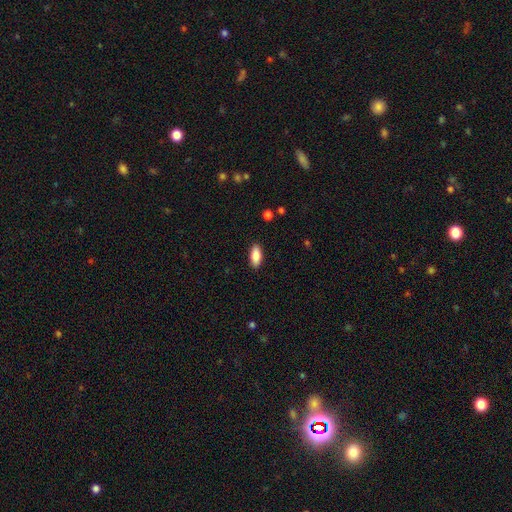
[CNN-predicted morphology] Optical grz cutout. It shows a smooth galaxy with no disk features (87%) that is in between round and cigar-shaped (86%). Merging: none (89%).